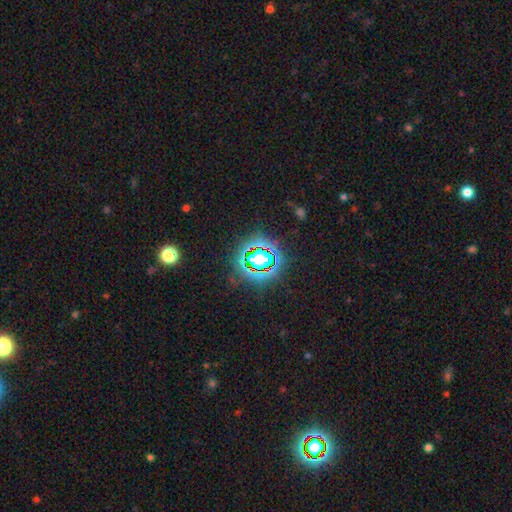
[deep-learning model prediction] star or artifact 82%, smooth 11%, featured or disk 7%.